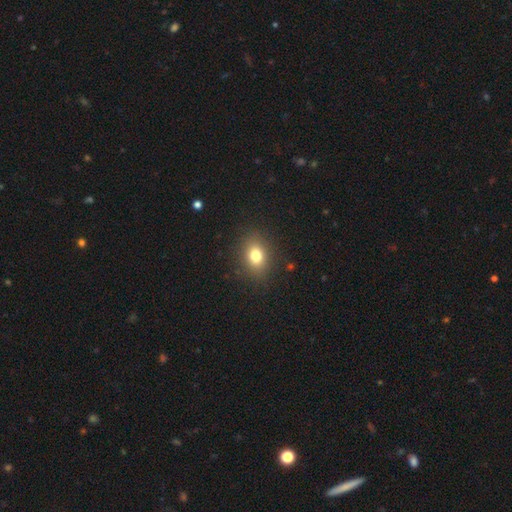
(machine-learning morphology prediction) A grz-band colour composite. It shows a smooth galaxy with no disk features (78%) that is in between round and cigar-shaped (60%). Merging: none (87%).